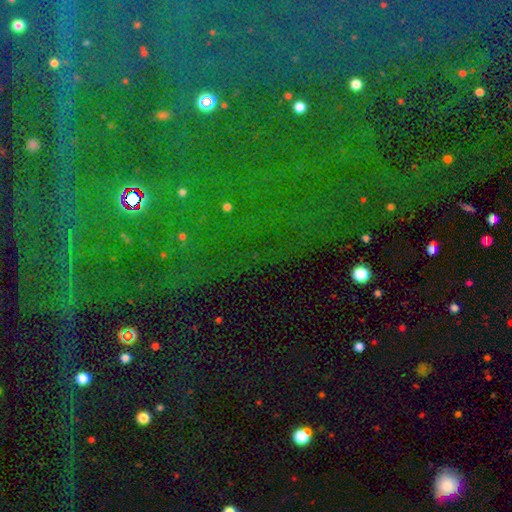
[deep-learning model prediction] Q: Smooth or featured?
A: star or artifact (82%); runner-up: smooth (9%)